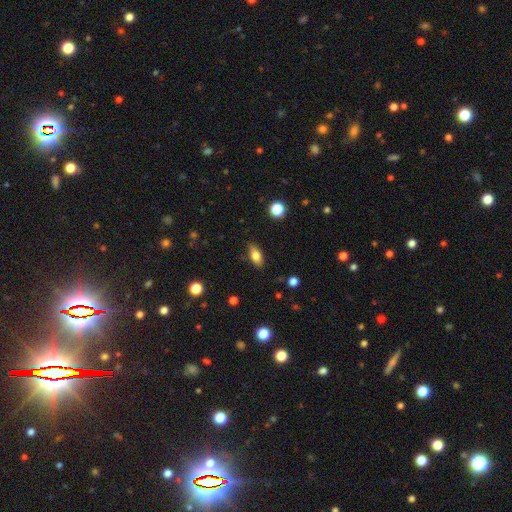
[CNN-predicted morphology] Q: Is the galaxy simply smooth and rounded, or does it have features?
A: smooth — 77%.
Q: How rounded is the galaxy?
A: in between — 82%.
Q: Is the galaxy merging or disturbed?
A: none — 84%.